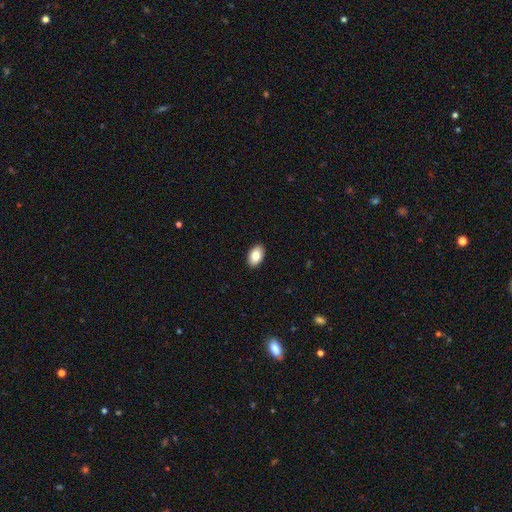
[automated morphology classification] smooth_or_featured: smooth (p=0.83) [alt: featured or disk p=0.09]
how_rounded: in between (p=0.92) [alt: round p=0.07]
merging: none (p=0.91) [alt: minor disturbance p=0.07]